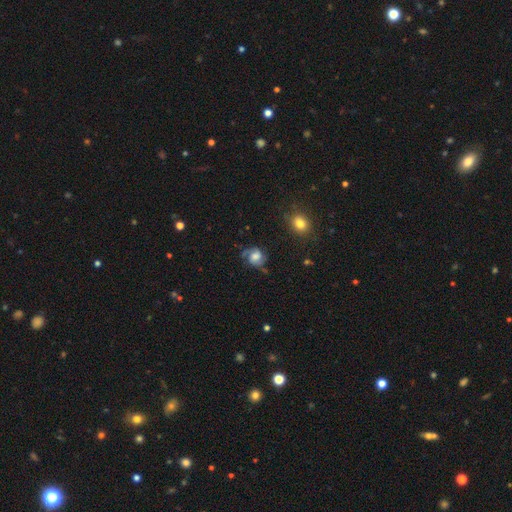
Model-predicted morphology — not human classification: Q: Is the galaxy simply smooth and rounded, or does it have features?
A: featured or disk — 71%.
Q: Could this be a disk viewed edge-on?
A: no — 98%.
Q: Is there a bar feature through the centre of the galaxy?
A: no — 52%.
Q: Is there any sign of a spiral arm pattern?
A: yes — 95%.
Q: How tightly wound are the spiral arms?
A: medium — 51%.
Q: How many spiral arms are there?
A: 2 — 87%.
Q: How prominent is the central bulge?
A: moderate — 36%.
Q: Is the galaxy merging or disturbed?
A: none — 69%.